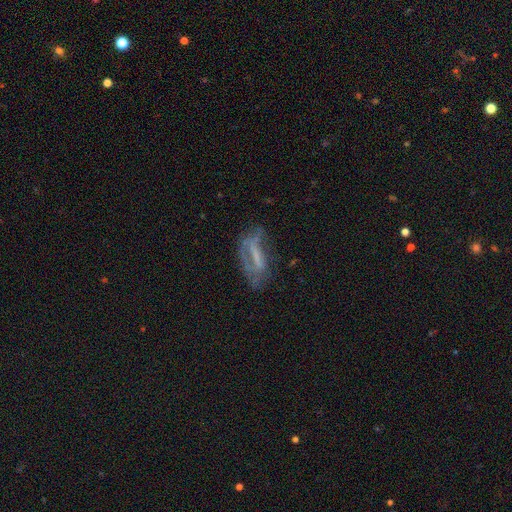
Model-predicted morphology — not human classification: Smooth or featured?
  - featured or disk: 56% *
  - smooth: 32%
  - star or artifact: 12%
Edge-on disk?
  - no: 81% *
  - yes: 19%
Merging?
  - none: 43% *
  - major disturbance: 27%
  - minor disturbance: 26%
  - merger: 4%